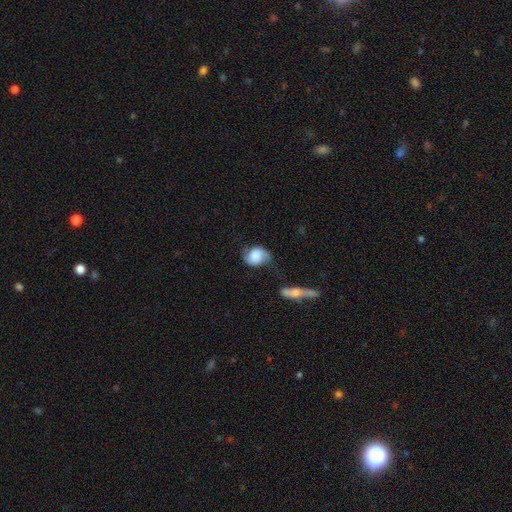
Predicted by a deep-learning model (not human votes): Smooth or featured: smooth — 58% (featured or disk — 34%)
How rounded: round — 49% (tied with in between — 49%)
Merging: none — 46% (minor disturbance — 32%)